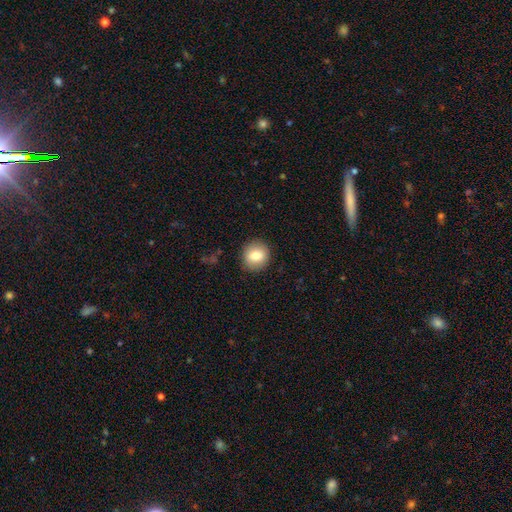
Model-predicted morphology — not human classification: A smooth galaxy with no disk features (80%) that is round (83%). Merging: none (89%).